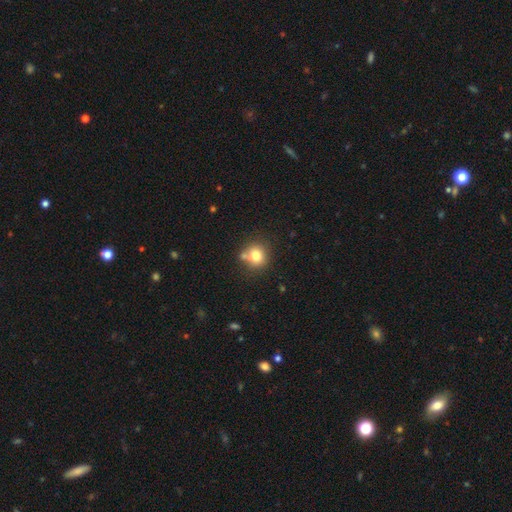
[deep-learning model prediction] A smooth galaxy with no disk features (76%) that is round (81%).

Vote fractions:
- Smooth or featured? smooth: 76% / featured or disk: 12% / star or artifact: 12%
- How rounded? round: 81% / in between: 18% / cigar-shaped: 1%
- Merging? none: 61% / merger: 18% / minor disturbance: 15% / major disturbance: 5%